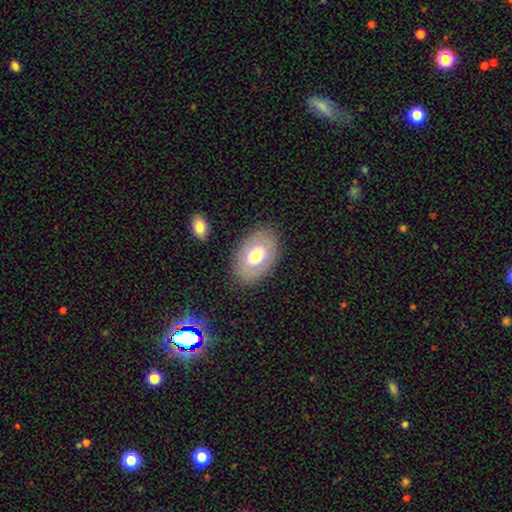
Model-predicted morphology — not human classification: The model was most divided on "smooth or featured": smooth: 61%, featured or disk: 32%, star or artifact: 7%. More confident: how rounded — in between (87%); merging — none (84%).